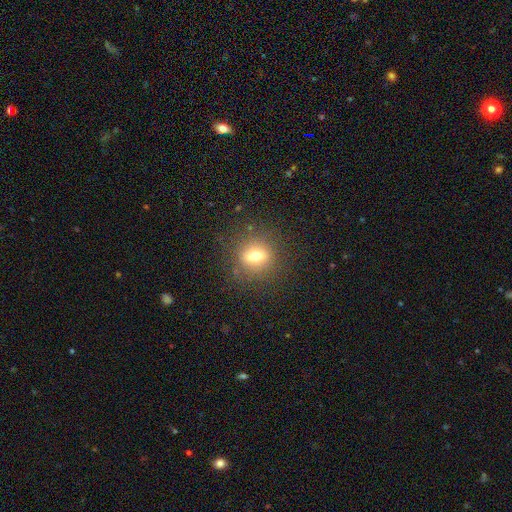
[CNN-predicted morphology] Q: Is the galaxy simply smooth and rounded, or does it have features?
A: smooth — 62%.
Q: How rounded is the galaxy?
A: round — 74%.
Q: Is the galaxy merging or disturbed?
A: none — 83%.